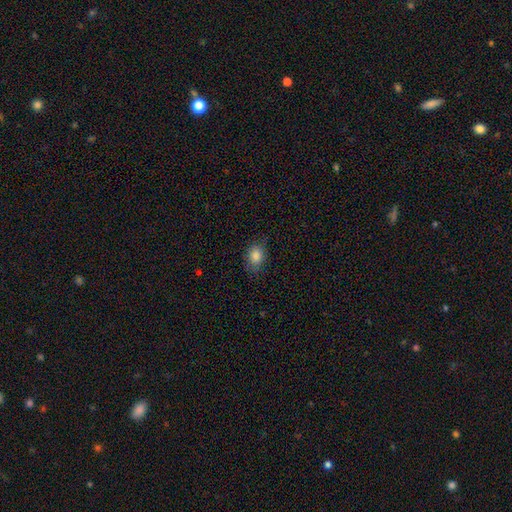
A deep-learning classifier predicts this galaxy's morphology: type=smooth (85%); roundness=in between (66%); merging=none (77%).